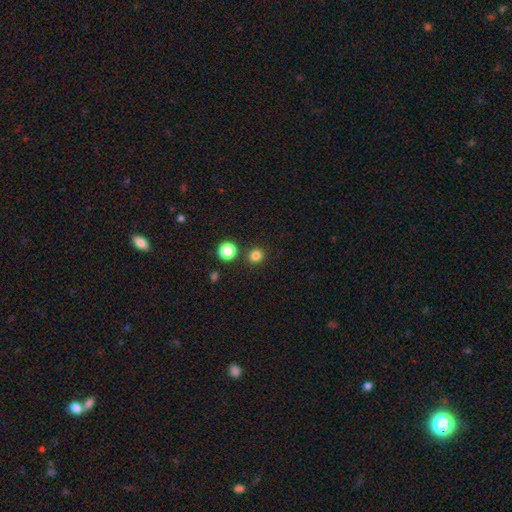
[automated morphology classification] This appears to be a smooth galaxy with no disk features (81%) that is round (92%). Merging: none (87%).